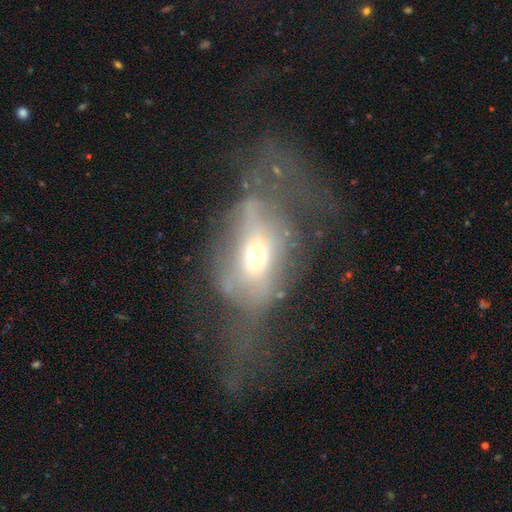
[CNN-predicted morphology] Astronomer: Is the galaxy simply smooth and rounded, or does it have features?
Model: featured or disk — 55% (runner-up: smooth, 33%).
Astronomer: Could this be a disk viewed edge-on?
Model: no — 82%.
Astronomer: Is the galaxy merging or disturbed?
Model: major disturbance — 60%.